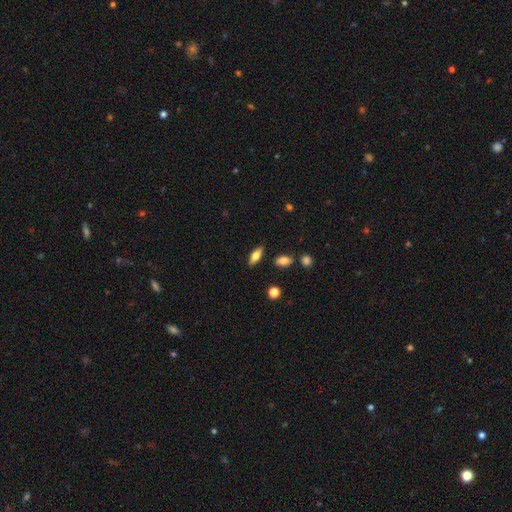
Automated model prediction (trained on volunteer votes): Overall: smooth (62%; featured or disk 30%). How rounded: in between (72%). Merging: none (84%).